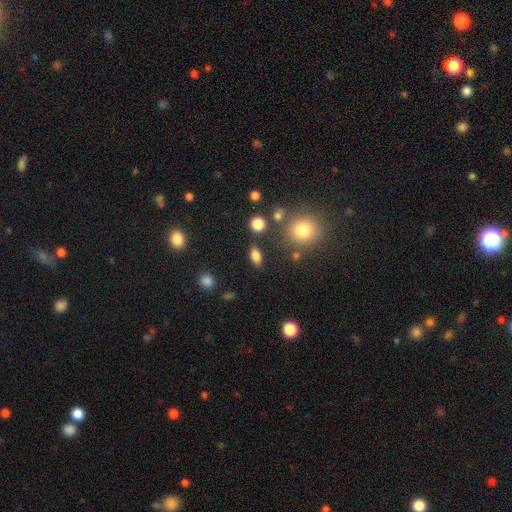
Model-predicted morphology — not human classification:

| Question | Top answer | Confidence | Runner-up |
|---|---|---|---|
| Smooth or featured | smooth | 80% | star or artifact (11%) |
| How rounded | in between | 83% | round (11%) |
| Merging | none | 82% | minor disturbance (10%) |